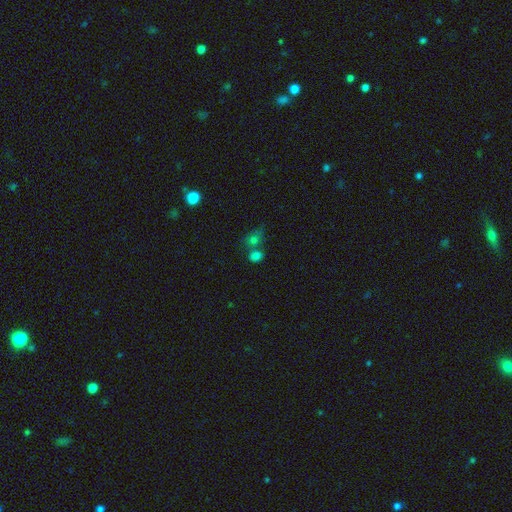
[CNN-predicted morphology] Smooth or featured? smooth (73%)
How rounded? in between (52%)
Merging? none (45%)